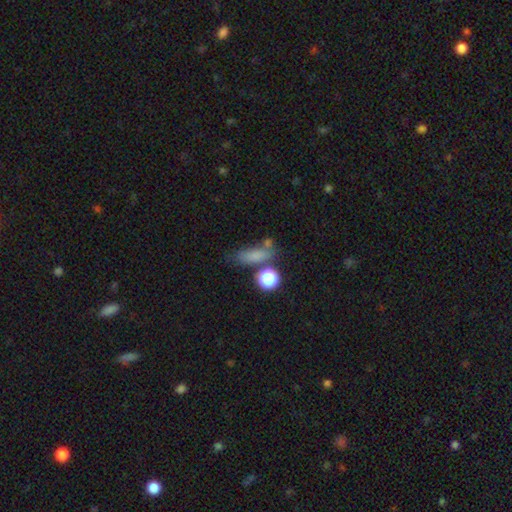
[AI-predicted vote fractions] A smooth galaxy with no disk features (74%) that is in between round and cigar-shaped (48%).

Vote fractions:
- Smooth or featured? smooth: 74% / star or artifact: 15% / featured or disk: 11%
- How rounded? in between: 48% / cigar-shaped: 36% / round: 16%
- Merging? none: 59% / minor disturbance: 18% / merger: 15% / major disturbance: 8%